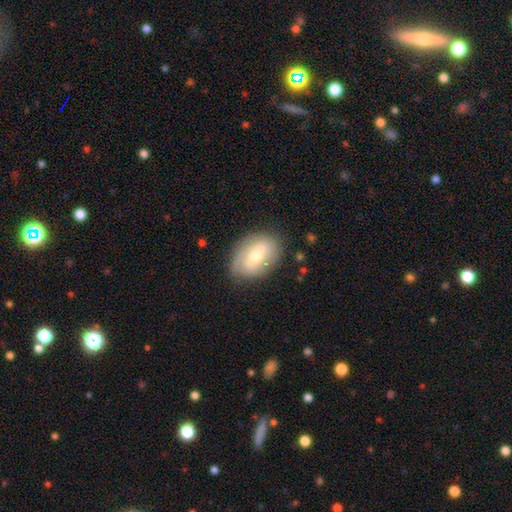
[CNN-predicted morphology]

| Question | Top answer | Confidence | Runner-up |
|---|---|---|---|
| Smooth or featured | featured or disk | 49% | smooth (44%) |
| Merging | none | 76% | minor disturbance (17%) |